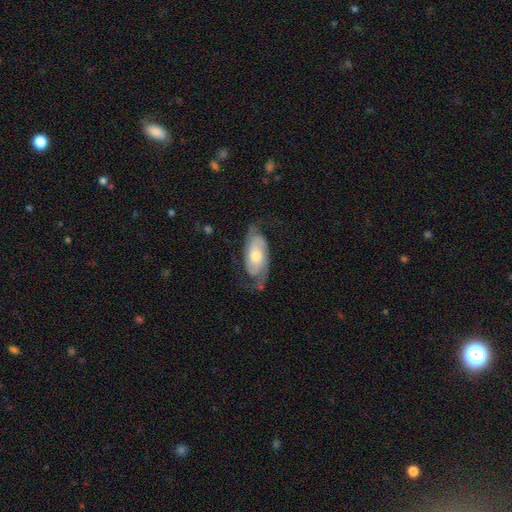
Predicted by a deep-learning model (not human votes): Smooth or featured?
  - featured or disk: 78% *
  - smooth: 17%
  - star or artifact: 5%
Edge-on disk?
  - no: 93% *
  - yes: 7%
Bar?
  - no: 67% *
  - weak: 26%
  - strong: 7%
Spiral arms?
  - yes: 94% *
  - no: 6%
Spiral winding?
  - medium: 42% *
  - tight: 35%
  - loose: 23%
Spiral arm count?
  - 2: 81% *
  - can't tell: 9%
  - 1: 5%
  - 3: 3%
  - 4: 1%
  - more than 4: 1%
Bulge size?
  - moderate: 61% *
  - small: 26%
  - large: 9%
  - none: 2%
  - dominant: 1%
Merging?
  - none: 66% *
  - minor disturbance: 19%
  - major disturbance: 13%
  - merger: 1%